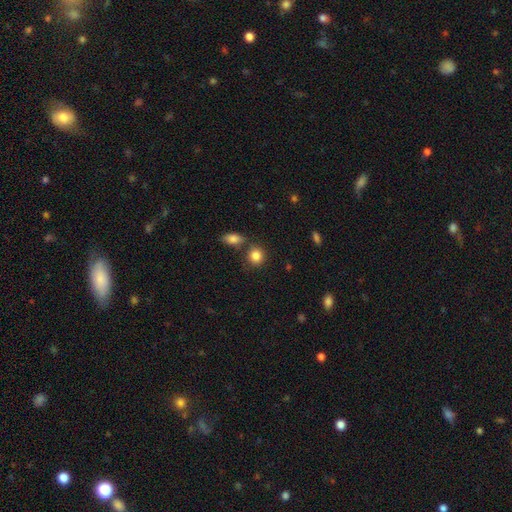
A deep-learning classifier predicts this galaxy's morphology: smooth_or_featured: smooth (p=0.85) [alt: star or artifact p=0.09]
how_rounded: round (p=0.78) [alt: in between p=0.20]
merging: none (p=0.71) [alt: merger p=0.15]